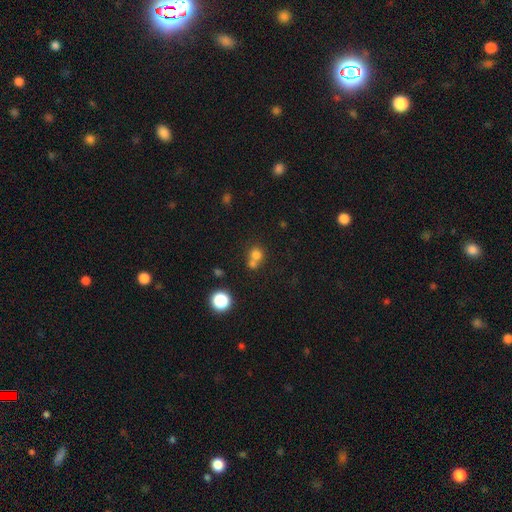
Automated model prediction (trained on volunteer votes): A smooth galaxy with no disk features (74%) that is round (82%).

Vote fractions:
- Smooth or featured? smooth: 74% / star or artifact: 15% / featured or disk: 11%
- How rounded? round: 82% / in between: 17% / cigar-shaped: 1%
- Merging? merger: 52% / none: 39% / minor disturbance: 6% / major disturbance: 3%